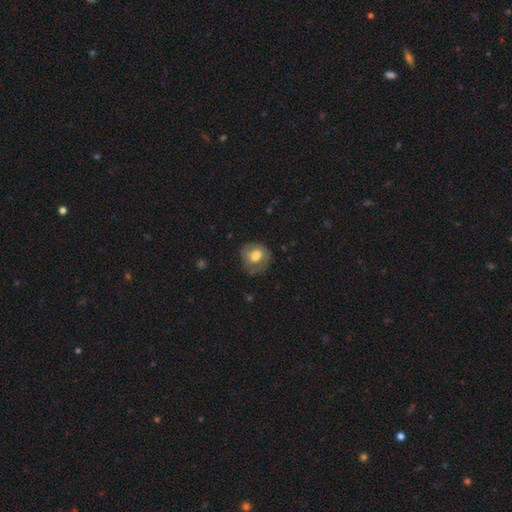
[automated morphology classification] smooth-or-featured: smooth: 65% | featured or disk: 27% | star or artifact: 8%
  how-rounded: round: 68% | in between: 31% | cigar-shaped: 1%
  merging: none: 61% | minor disturbance: 26% | major disturbance: 12% | merger: 2%